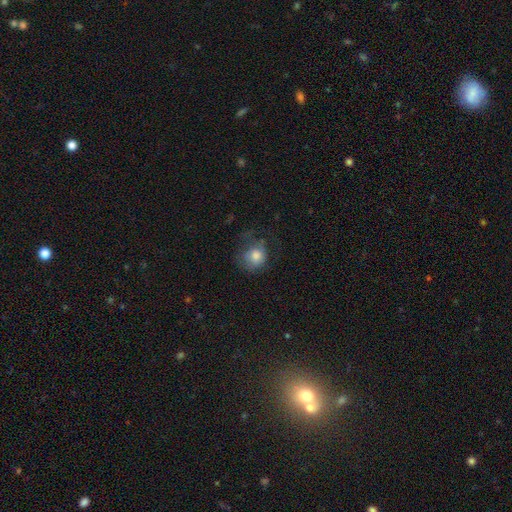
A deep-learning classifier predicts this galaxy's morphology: type=smooth (78%); roundness=round (76%); merging=none (47%).